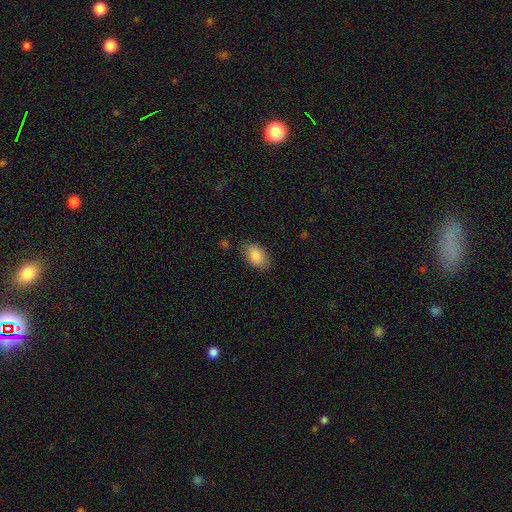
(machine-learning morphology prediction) type=smooth (87%); roundness=in between (90%); merging=none (79%).